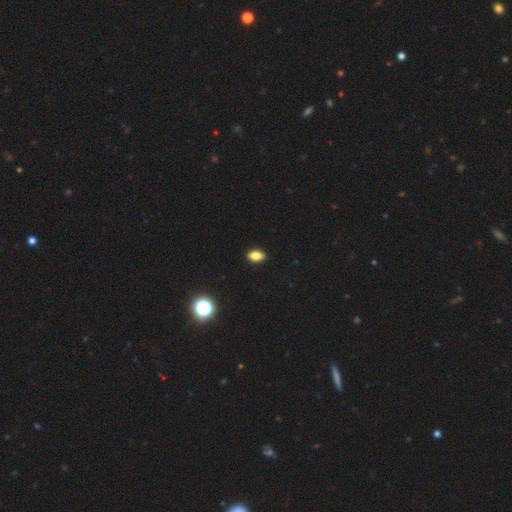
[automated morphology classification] smooth 80%, star or artifact 12%, featured or disk 9%. Down the decision tree: how rounded — in between (85%); merging — none (89%).